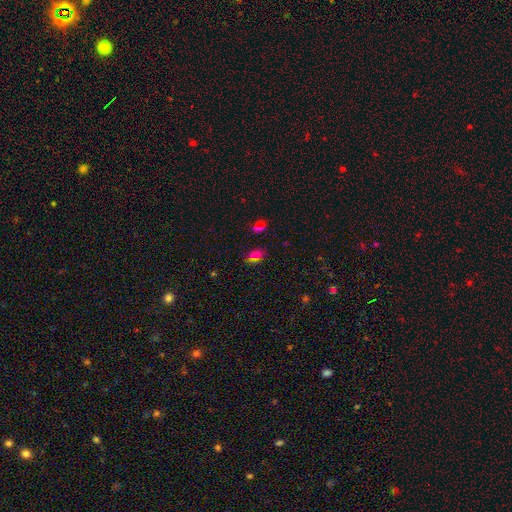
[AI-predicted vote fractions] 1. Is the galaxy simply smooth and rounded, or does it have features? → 76% smooth, 17% star or artifact, 6% featured or disk.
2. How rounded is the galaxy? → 84% in between, 14% round, 2% cigar-shaped.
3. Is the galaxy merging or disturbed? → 81% none, 13% minor disturbance, 3% major disturbance, 3% merger.